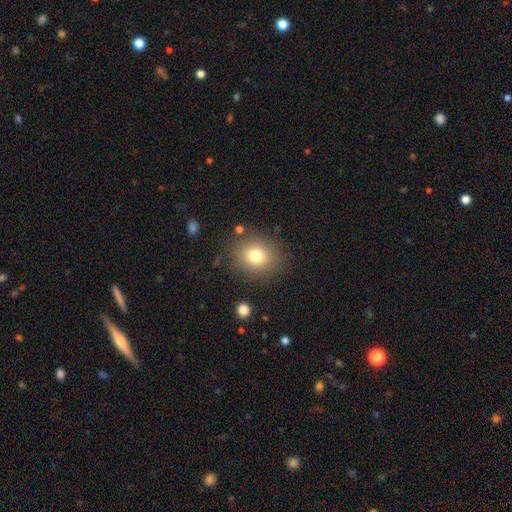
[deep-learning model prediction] This is likely a smooth galaxy (77%). How rounded: likely round (74%). Merging: clearly none (84%).